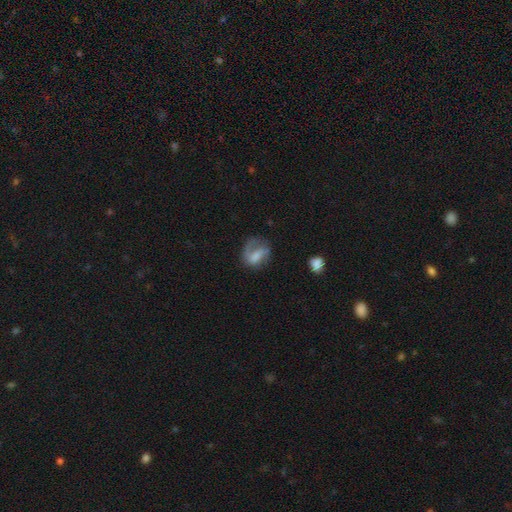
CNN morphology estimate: smooth_or_featured: featured or disk (p=0.49) [alt: smooth p=0.43]
merging: none (p=0.46) [alt: major disturbance p=0.27]